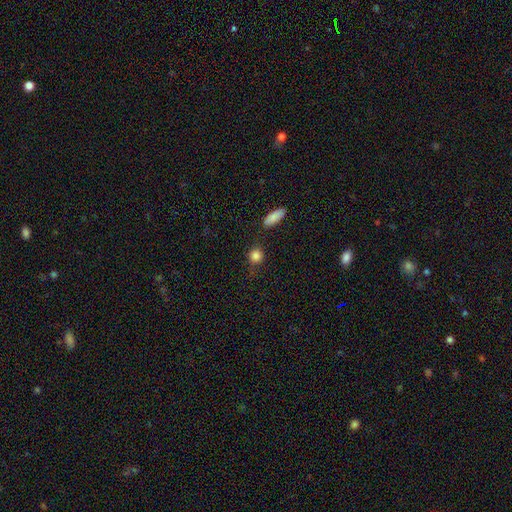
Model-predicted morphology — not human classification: Smooth or featured? smooth (85%)
How rounded? round (84%)
Merging? none (81%)